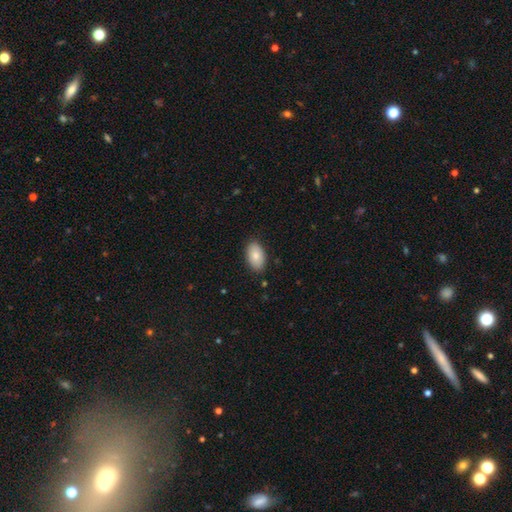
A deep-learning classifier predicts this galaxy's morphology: Smooth or featured? Predicted: smooth (p=0.84). How rounded? Predicted: in between (p=0.94). Merging? Predicted: none (p=0.86).